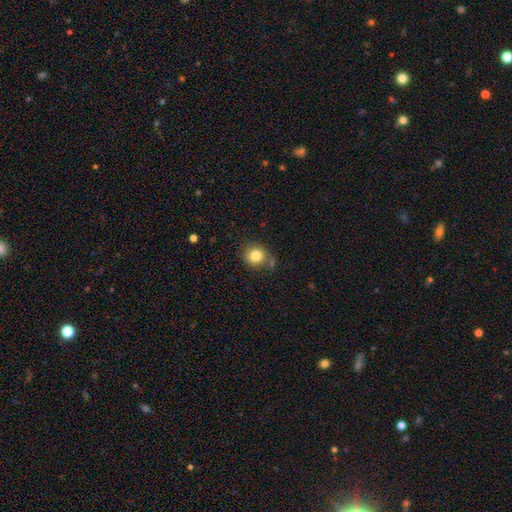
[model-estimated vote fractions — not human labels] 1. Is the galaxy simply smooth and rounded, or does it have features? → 82% smooth, 10% star or artifact, 8% featured or disk.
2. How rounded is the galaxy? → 86% round, 13% in between, 1% cigar-shaped.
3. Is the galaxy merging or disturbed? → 72% none, 15% minor disturbance, 8% merger, 4% major disturbance.